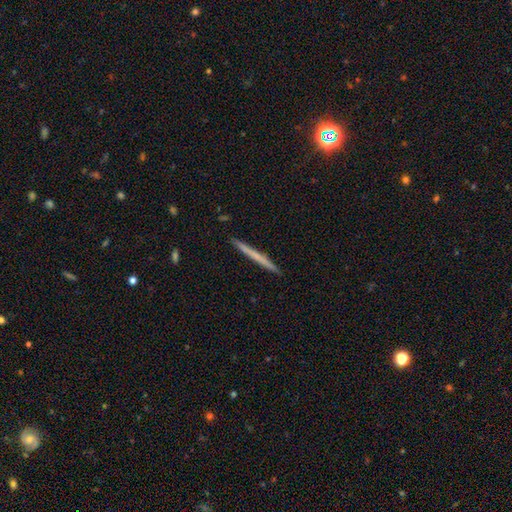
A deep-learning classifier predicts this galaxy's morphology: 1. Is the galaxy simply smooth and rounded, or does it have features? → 52% smooth, 42% featured or disk, 6% star or artifact.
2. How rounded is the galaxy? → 97% cigar-shaped, 2% in between, 1% round.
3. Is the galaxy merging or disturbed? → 92% none, 5% minor disturbance, 1% major disturbance, 1% merger.